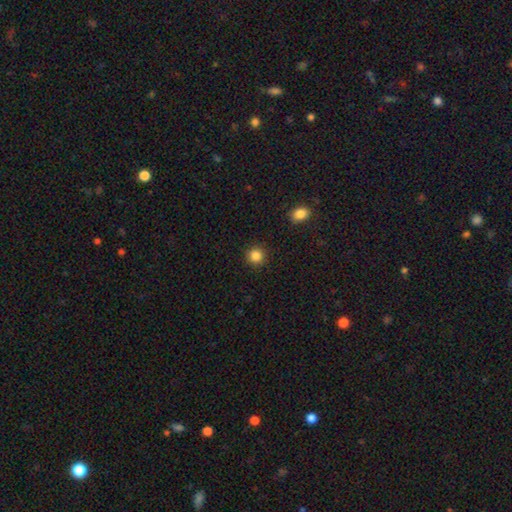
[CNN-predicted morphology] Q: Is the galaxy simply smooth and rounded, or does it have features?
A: smooth — 85%.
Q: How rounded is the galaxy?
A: round — 94%.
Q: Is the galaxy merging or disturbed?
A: none — 92%.